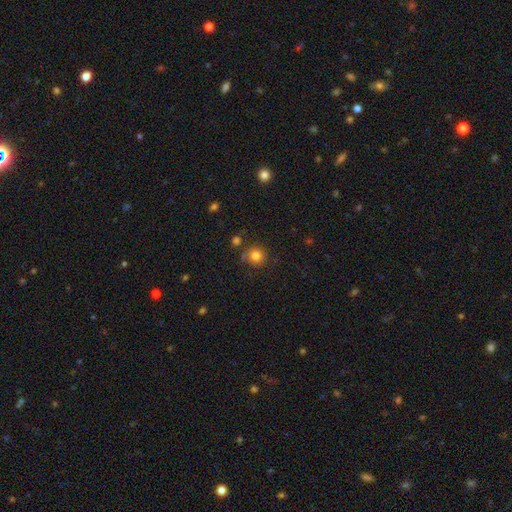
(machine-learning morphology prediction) Smooth or featured? smooth (81%)
How rounded? round (92%)
Merging? none (78%)